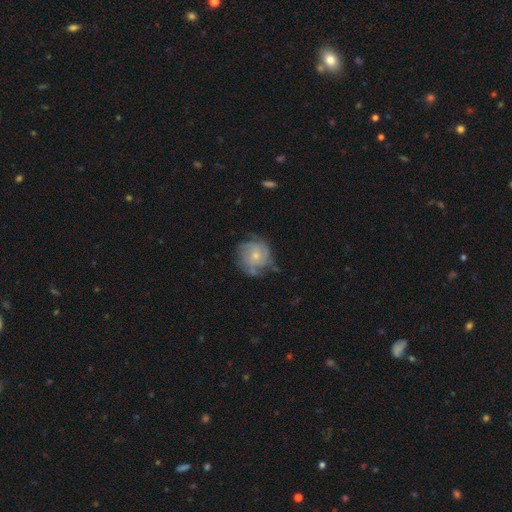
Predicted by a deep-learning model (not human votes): Smooth or featured: featured or disk — 70% (smooth — 23%)
Edge-on disk: no — 98% (yes — 2%)
Bar: no — 79% (weak — 19%)
Spiral arms: yes — 89% (no — 11%)
Spiral winding: tight — 56% (medium — 32%)
Spiral arm count: can't tell — 34% (3 — 25%)
Bulge size: small — 60% (moderate — 36%)
Merging: none — 63% (minor disturbance — 24%)